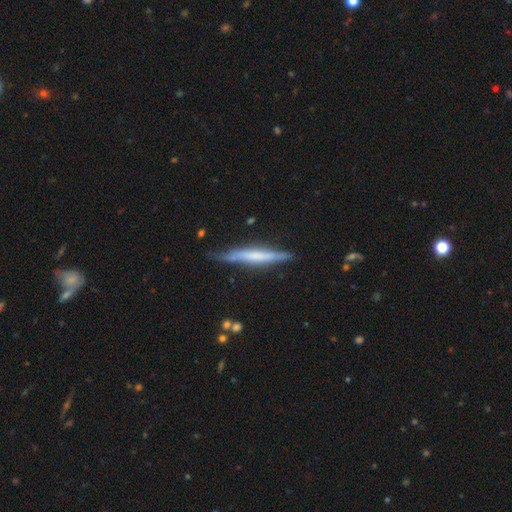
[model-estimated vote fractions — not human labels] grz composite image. It shows a featured or disk galaxy (55%) viewed edge-on (94%) with no central bulge (55%). Merging: none (78%).